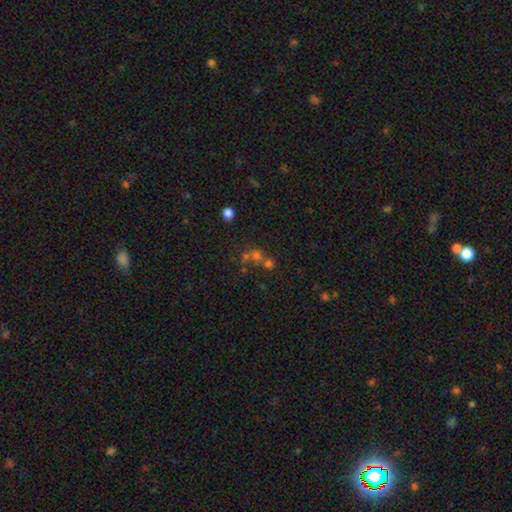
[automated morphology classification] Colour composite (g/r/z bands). It shows a smooth galaxy with no disk features (45%). Merging: none (45%).